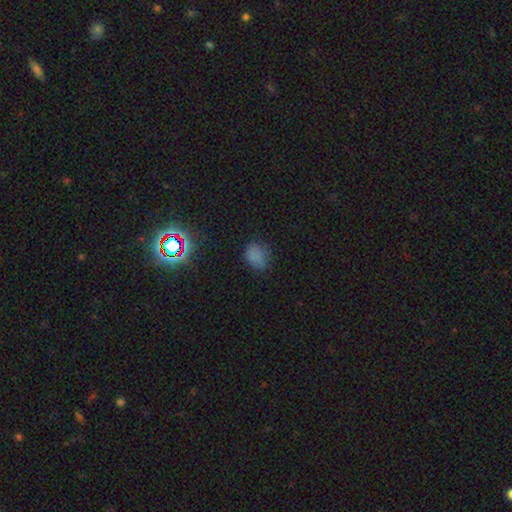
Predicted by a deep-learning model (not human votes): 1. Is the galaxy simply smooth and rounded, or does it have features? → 75% smooth, 20% star or artifact, 6% featured or disk.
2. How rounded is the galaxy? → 63% in between, 36% round, 1% cigar-shaped.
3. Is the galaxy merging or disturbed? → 75% none, 18% minor disturbance, 6% major disturbance, 2% merger.